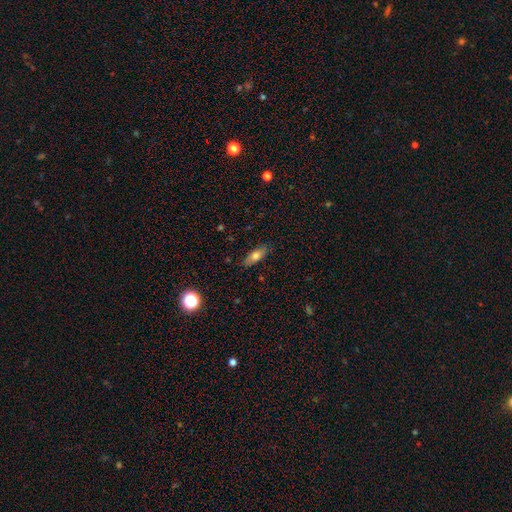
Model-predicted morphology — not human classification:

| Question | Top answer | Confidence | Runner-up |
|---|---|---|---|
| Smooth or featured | smooth | 71% | featured or disk (21%) |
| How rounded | in between | 66% | cigar-shaped (31%) |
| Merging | none | 84% | minor disturbance (12%) |